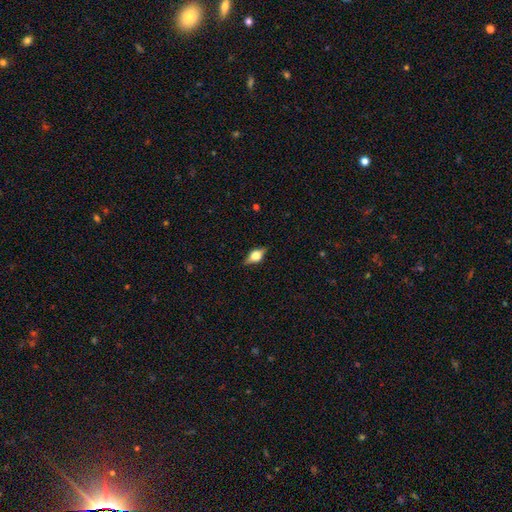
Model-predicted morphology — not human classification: smooth-or-featured: featured or disk: 53% | smooth: 37% | star or artifact: 10%
  disk-edge-on: yes: 94% | no: 6%
  merging: none: 82% | minor disturbance: 13% | major disturbance: 4% | merger: 1%